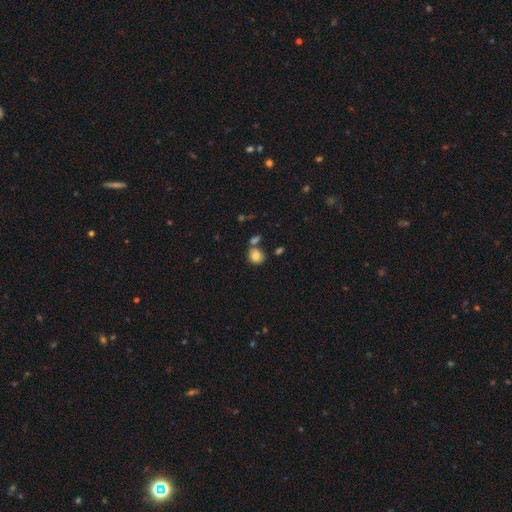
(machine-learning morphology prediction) Smooth or featured? Predicted: smooth (p=0.79). How rounded? Predicted: round (p=0.74). Merging? Predicted: none (p=0.61).